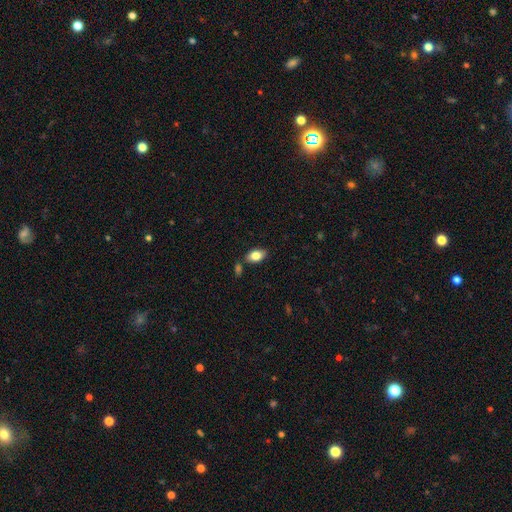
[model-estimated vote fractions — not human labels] This is clearly a smooth galaxy (82%). How rounded: clearly in between (91%). Merging: likely none (79%).